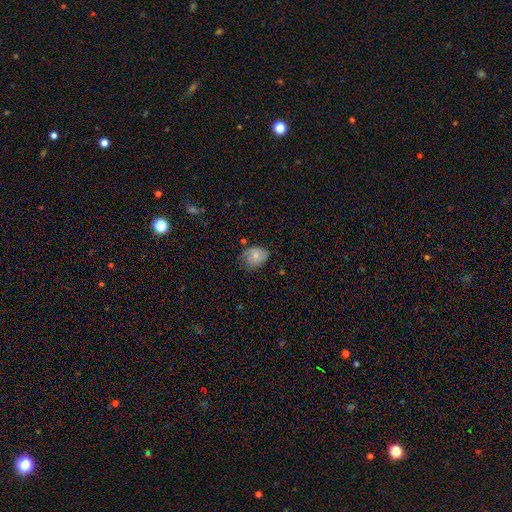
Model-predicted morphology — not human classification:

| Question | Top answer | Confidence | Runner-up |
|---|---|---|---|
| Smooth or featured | smooth | 65% | featured or disk (27%) |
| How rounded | in between | 63% | round (35%) |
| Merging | none | 53% | minor disturbance (34%) |